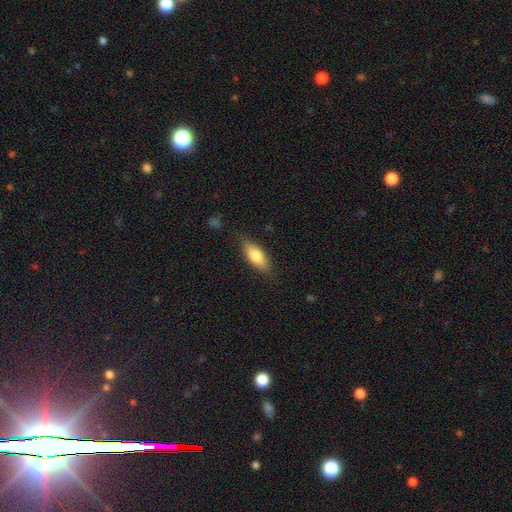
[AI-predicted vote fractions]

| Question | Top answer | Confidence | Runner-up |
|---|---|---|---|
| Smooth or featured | smooth | 77% | featured or disk (17%) |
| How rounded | in between | 76% | cigar-shaped (21%) |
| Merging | none | 80% | minor disturbance (15%) |